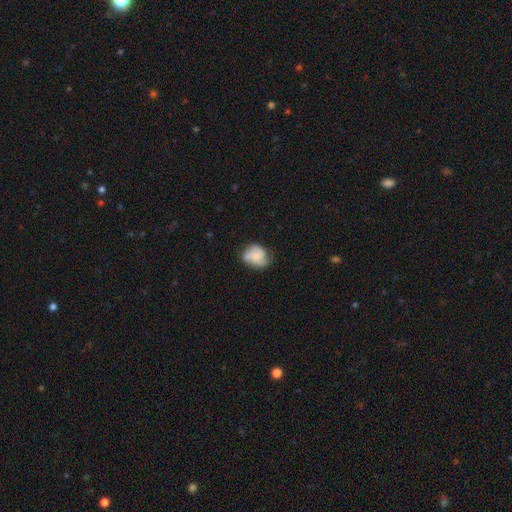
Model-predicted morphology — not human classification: Smooth or featured? Predicted: featured or disk (p=0.48). Merging? Predicted: none (p=0.61).